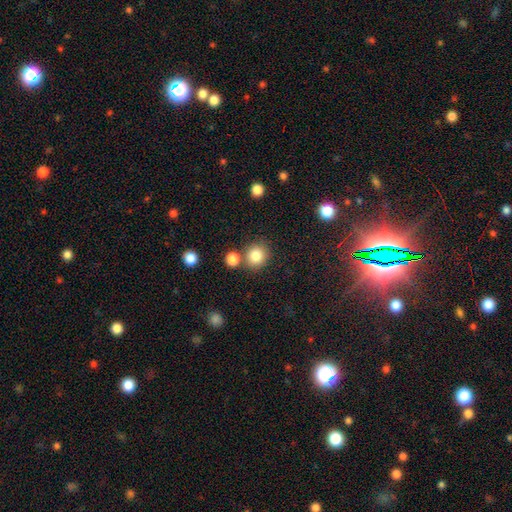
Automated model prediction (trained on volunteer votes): smooth_or_featured: smooth (p=0.84) [alt: star or artifact p=0.11]
how_rounded: round (p=0.85) [alt: in between p=0.15]
merging: none (p=0.76) [alt: merger p=0.13]